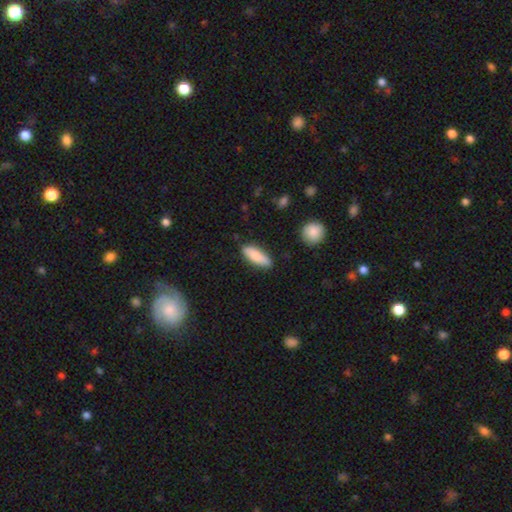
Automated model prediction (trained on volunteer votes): A smooth galaxy with no disk features (77%) that is in between round and cigar-shaped (57%).

Vote fractions:
- Smooth or featured? smooth: 77% / featured or disk: 17% / star or artifact: 6%
- How rounded? in between: 57% / cigar-shaped: 40% / round: 2%
- Merging? none: 84% / minor disturbance: 12% / major disturbance: 2% / merger: 2%